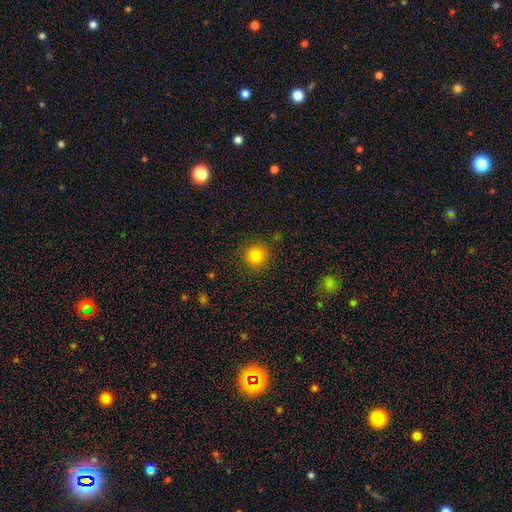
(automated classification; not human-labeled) Q: Smooth or featured?
A: smooth (84%); runner-up: star or artifact (12%)
Q: How rounded?
A: round (94%); runner-up: in between (5%)
Q: Merging?
A: none (88%); runner-up: minor disturbance (7%)